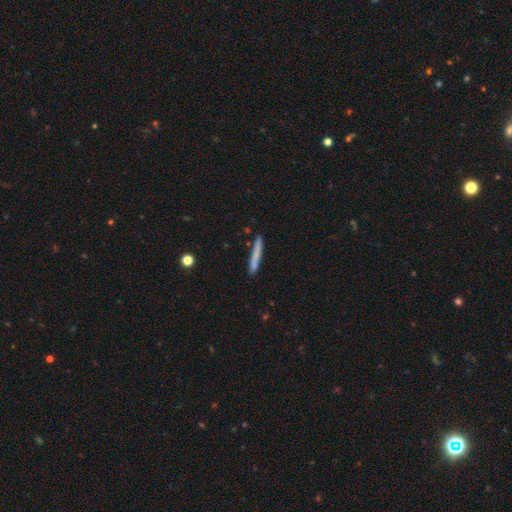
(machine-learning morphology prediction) A smooth galaxy with no disk features (69%) that is cigar-shaped (96%).

Vote fractions:
- Smooth or featured? smooth: 69% / featured or disk: 24% / star or artifact: 7%
- How rounded? cigar-shaped: 96% / in between: 3% / round: 1%
- Merging? none: 85% / minor disturbance: 11% / merger: 3% / major disturbance: 2%